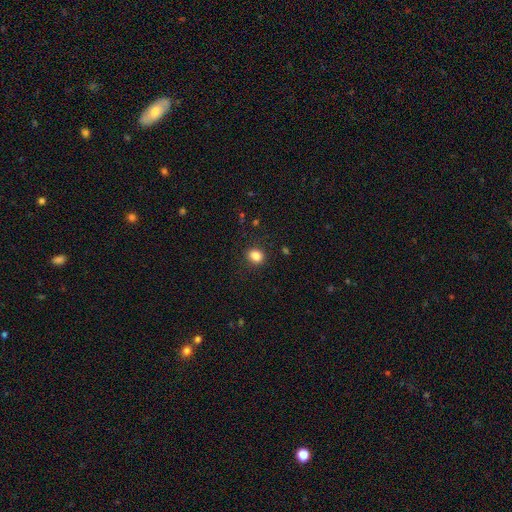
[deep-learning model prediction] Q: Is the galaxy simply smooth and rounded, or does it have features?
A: smooth — 85%.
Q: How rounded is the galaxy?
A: round — 58%.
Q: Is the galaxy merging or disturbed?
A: none — 88%.